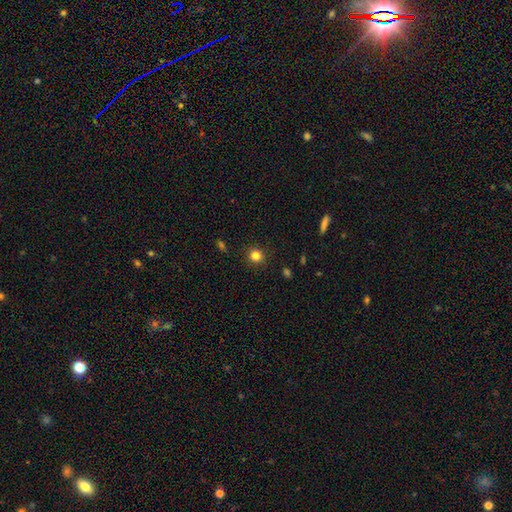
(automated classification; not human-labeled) Smooth or featured: smooth — 82% (star or artifact — 13%)
How rounded: round — 92% (in between — 7%)
Merging: none — 91% (minor disturbance — 6%)